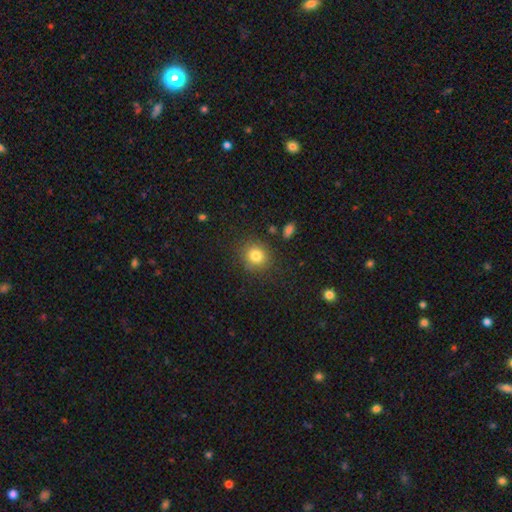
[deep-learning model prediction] smooth_or_featured: smooth (p=0.82) [alt: star or artifact p=0.11]
how_rounded: round (p=0.82) [alt: in between p=0.17]
merging: none (p=0.84) [alt: minor disturbance p=0.10]